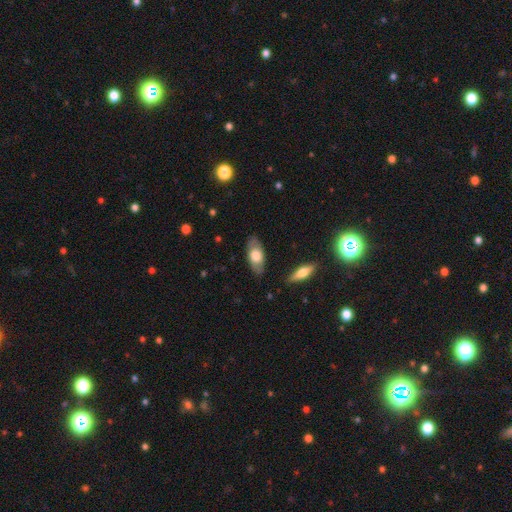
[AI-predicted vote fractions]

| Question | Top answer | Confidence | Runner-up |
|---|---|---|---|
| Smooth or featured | smooth | 62% | featured or disk (32%) |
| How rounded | in between | 87% | cigar-shaped (10%) |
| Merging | none | 81% | minor disturbance (14%) |